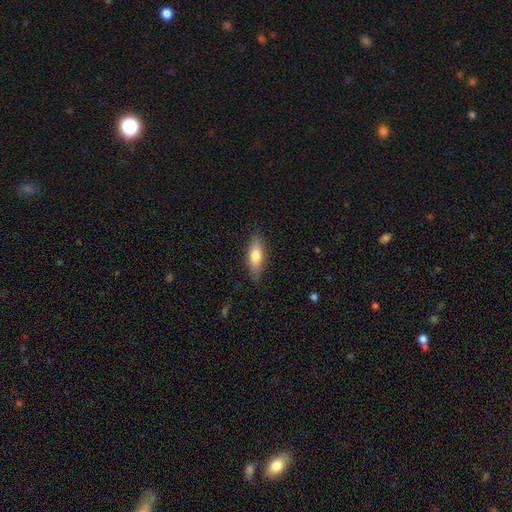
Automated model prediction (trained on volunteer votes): This appears to be a smooth galaxy with no disk features (71%) that is in between round and cigar-shaped (62%). Merging: none (82%).